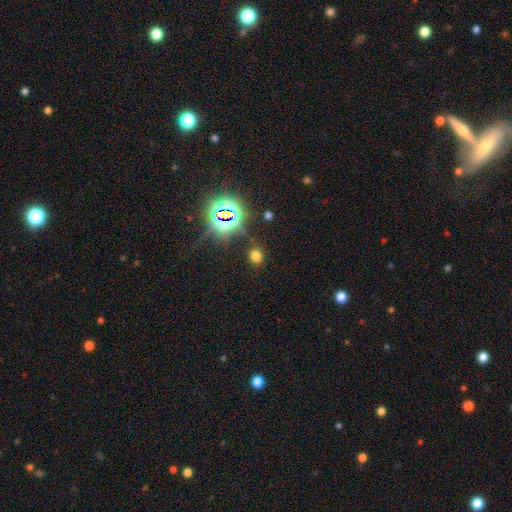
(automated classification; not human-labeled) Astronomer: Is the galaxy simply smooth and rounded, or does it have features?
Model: smooth — 62%.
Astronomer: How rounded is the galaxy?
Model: round — 61% (runner-up: in between, 37%).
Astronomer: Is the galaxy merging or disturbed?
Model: none — 80%.